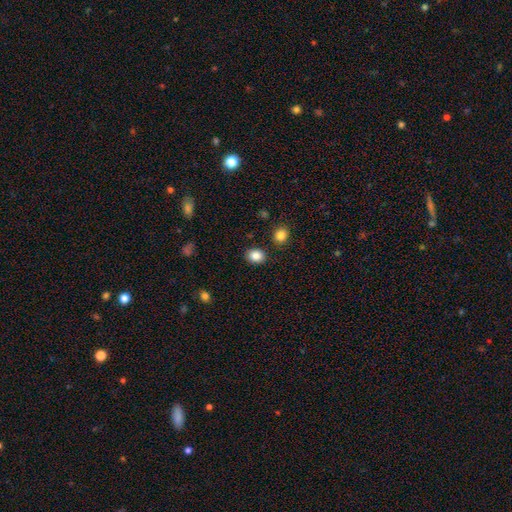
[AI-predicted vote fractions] Smooth or featured? smooth (86%)
How rounded? round (53%)
Merging? none (87%)